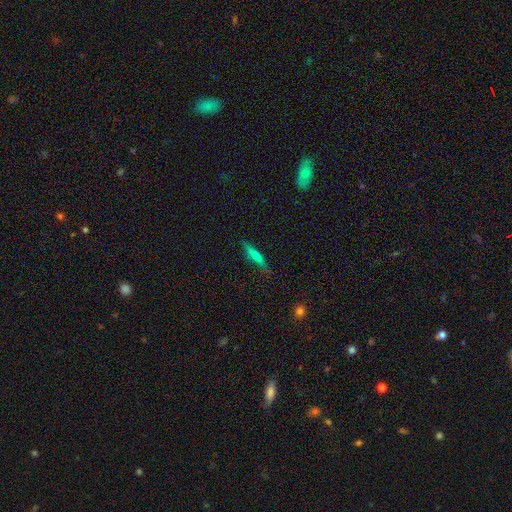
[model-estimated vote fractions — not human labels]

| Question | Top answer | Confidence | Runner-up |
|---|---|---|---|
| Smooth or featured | smooth | 59% | featured or disk (33%) |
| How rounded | cigar-shaped | 88% | in between (10%) |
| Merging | none | 82% | minor disturbance (14%) |